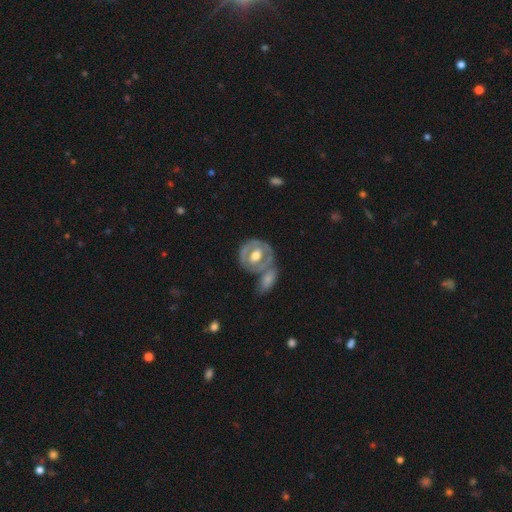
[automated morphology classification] This is likely a featured or disk galaxy (63%). It is clearly not viewed edge-on (94%). Bar: possibly no (59%). Spiral arm pattern: likely no (67%). Central bulge: likely moderate (67%). Merging: possibly none (47%).